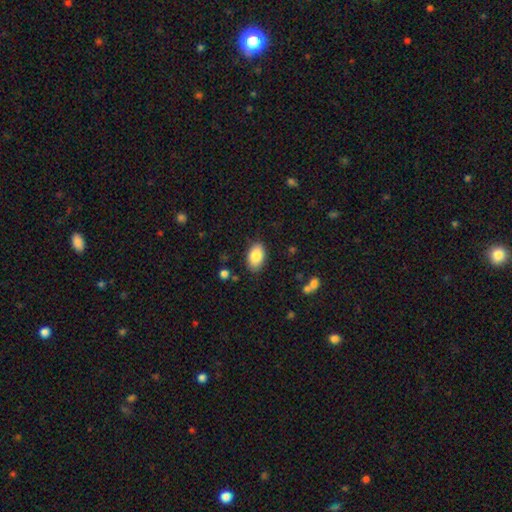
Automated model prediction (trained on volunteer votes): Smooth or featured: smooth — 87% (star or artifact — 7%)
How rounded: in between — 92% (round — 6%)
Merging: none — 85% (minor disturbance — 11%)